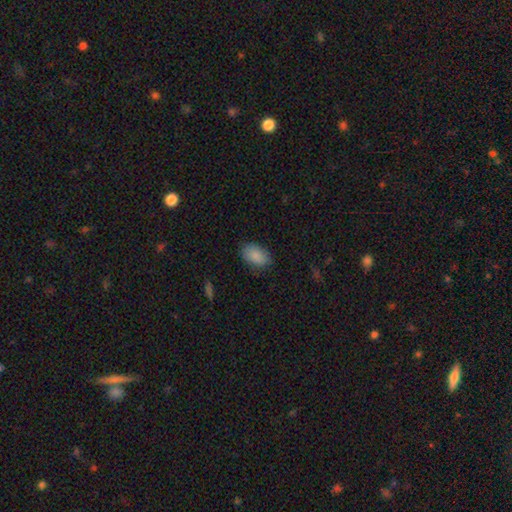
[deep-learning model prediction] Morphology: type=smooth (88%); roundness=in between (90%); merging=none (81%).